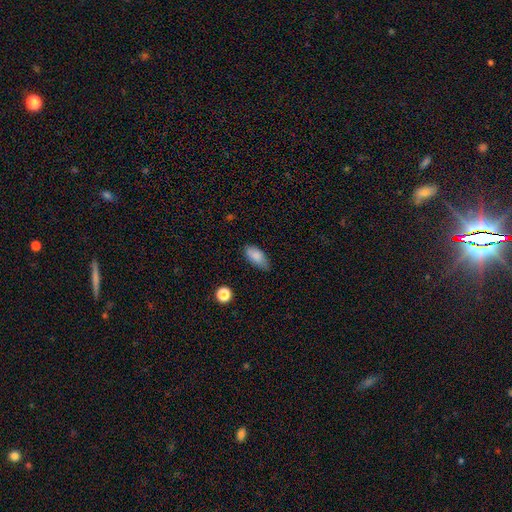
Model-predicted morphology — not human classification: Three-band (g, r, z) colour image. It shows a smooth galaxy with no disk features (85%) that is in between round and cigar-shaped (90%). Merging: none (73%).